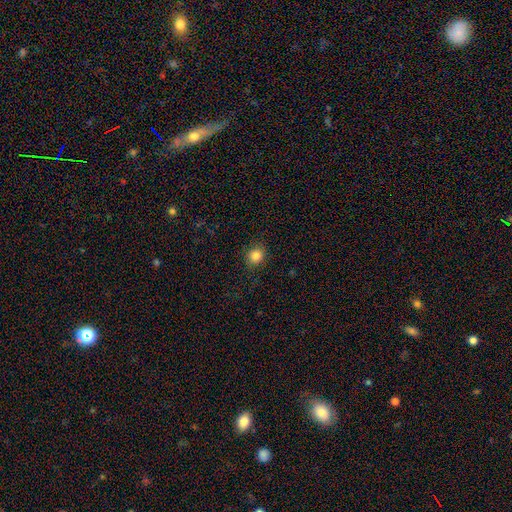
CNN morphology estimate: type=smooth (84%); roundness=round (83%); merging=none (87%).